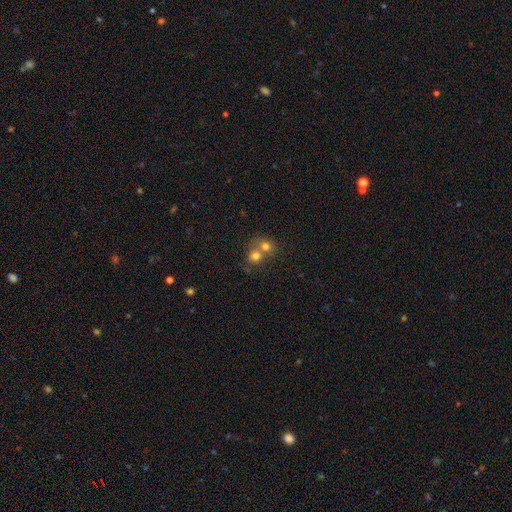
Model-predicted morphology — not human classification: A smooth galaxy with no disk features (72%) that is round (78%). Merging: merger (61%).